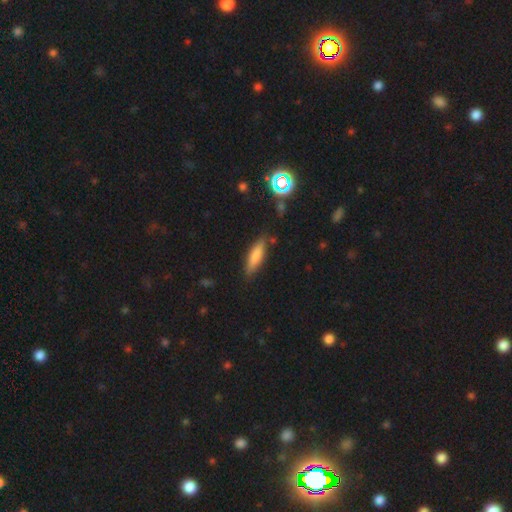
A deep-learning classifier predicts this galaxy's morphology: Overall: smooth (77%). How rounded: cigar-shaped (60%; in between 39%). Merging: none (81%).